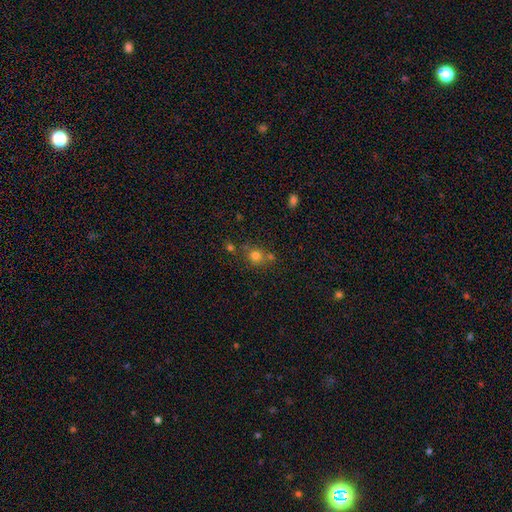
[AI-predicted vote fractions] smooth_or_featured: smooth (p=0.75) [alt: star or artifact p=0.16]
how_rounded: round (p=0.84) [alt: in between p=0.15]
merging: none (p=0.62) [alt: merger p=0.22]